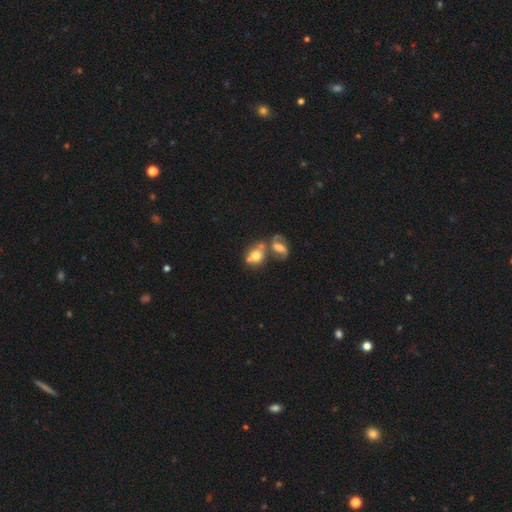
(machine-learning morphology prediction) Overall: smooth (56%; featured or disk 34%). How rounded: in between (50%; round 48%). Merging: merger (53%; none 31%).